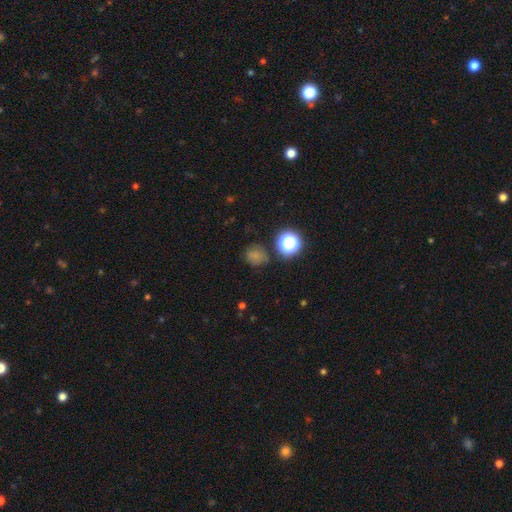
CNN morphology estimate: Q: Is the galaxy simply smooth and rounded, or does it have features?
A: smooth — 72%.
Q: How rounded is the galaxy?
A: round — 82%.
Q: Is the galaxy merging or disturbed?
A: none — 74%.